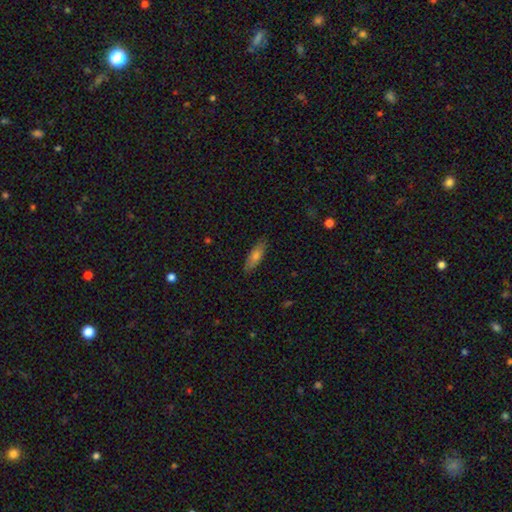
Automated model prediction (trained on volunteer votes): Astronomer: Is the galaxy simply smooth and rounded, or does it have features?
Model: smooth — 68%.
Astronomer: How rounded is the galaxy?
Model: cigar-shaped — 50% (runner-up: in between, 48%).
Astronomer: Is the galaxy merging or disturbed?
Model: none — 86%.